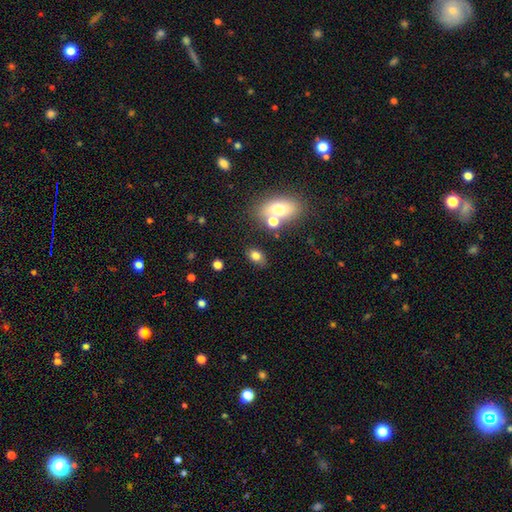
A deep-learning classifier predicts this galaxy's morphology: A smooth galaxy with no disk features (77%) that is in between round and cigar-shaped (79%).

Vote fractions:
- Smooth or featured? smooth: 77% / star or artifact: 13% / featured or disk: 10%
- How rounded? in between: 79% / round: 19% / cigar-shaped: 2%
- Merging? none: 72% / minor disturbance: 13% / merger: 10% / major disturbance: 5%